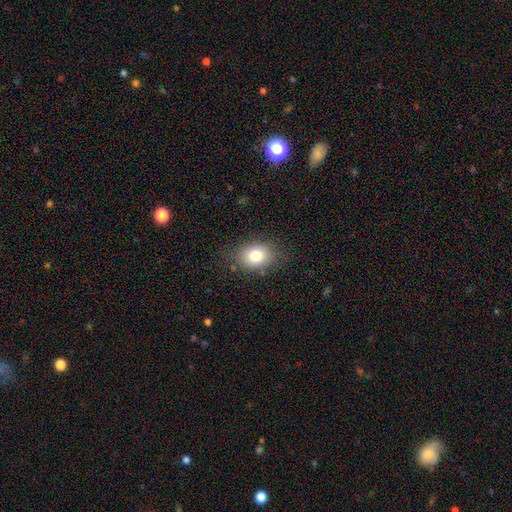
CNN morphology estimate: smooth-or-featured: smooth: 78% | featured or disk: 11% | star or artifact: 11%
  how-rounded: in between: 61% | round: 38% | cigar-shaped: 1%
  merging: none: 79% | minor disturbance: 15% | major disturbance: 5% | merger: 1%